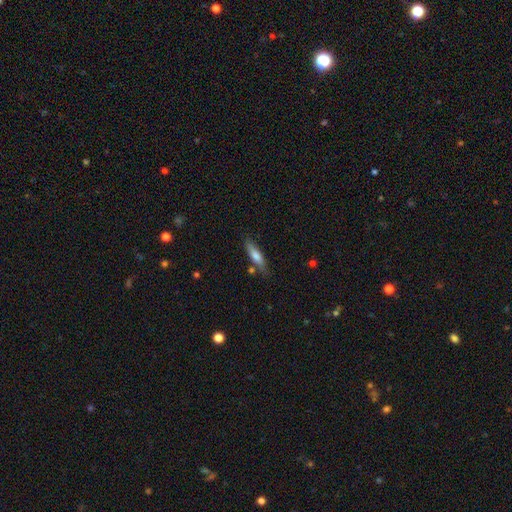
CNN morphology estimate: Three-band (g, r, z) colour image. It shows a smooth galaxy with no disk features (70%) that is cigar-shaped (69%). Merging: none (75%).